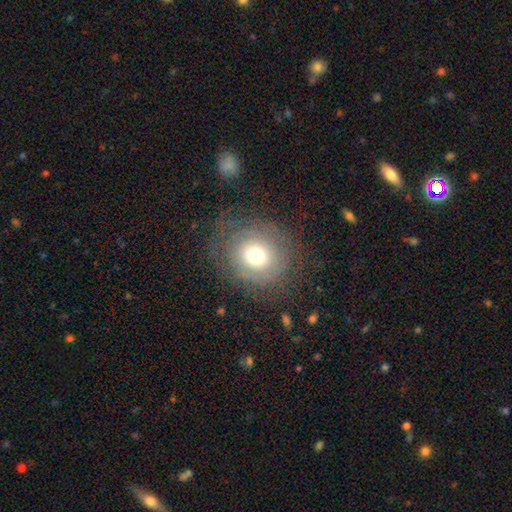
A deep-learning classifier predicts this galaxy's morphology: Smooth or featured? Predicted: smooth (p=0.55). How rounded? Predicted: round (p=0.83). Merging? Predicted: none (p=0.71).